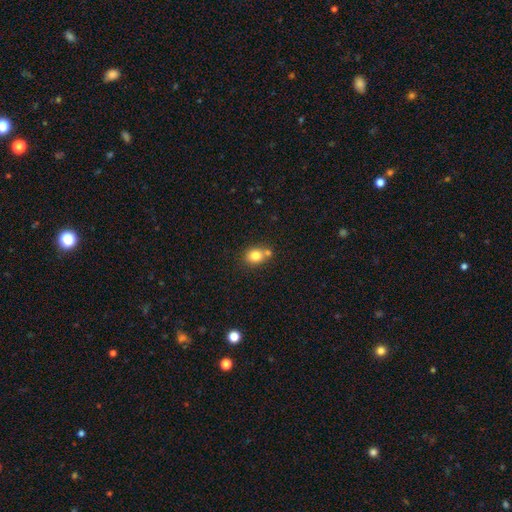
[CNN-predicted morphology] smooth_or_featured: smooth (p=0.80) [alt: star or artifact p=0.11]
how_rounded: round (p=0.63) [alt: in between p=0.36]
merging: none (p=0.58) [alt: merger p=0.27]